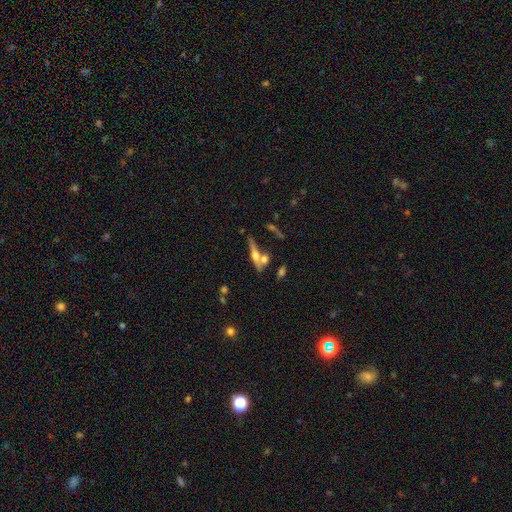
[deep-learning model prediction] Morphology: type=featured or disk (57%); edge-on=yes (89%); edge-on bulge=rounded (90%); merging=none (51%).